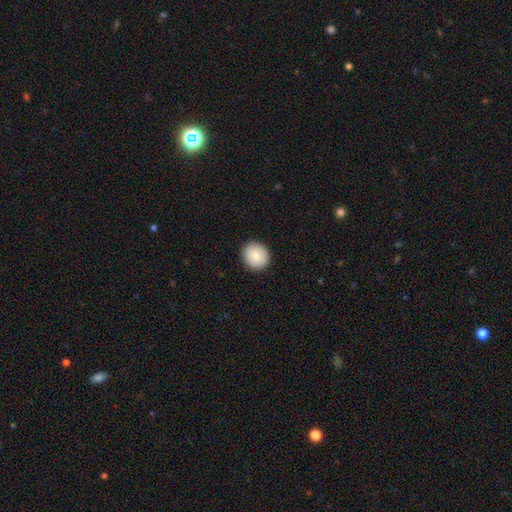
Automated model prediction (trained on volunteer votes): smooth-or-featured: smooth: 82% | featured or disk: 10% | star or artifact: 7%
  how-rounded: round: 82% | in between: 17% | cigar-shaped: 1%
  merging: none: 91% | minor disturbance: 7% | major disturbance: 2% | merger: 1%